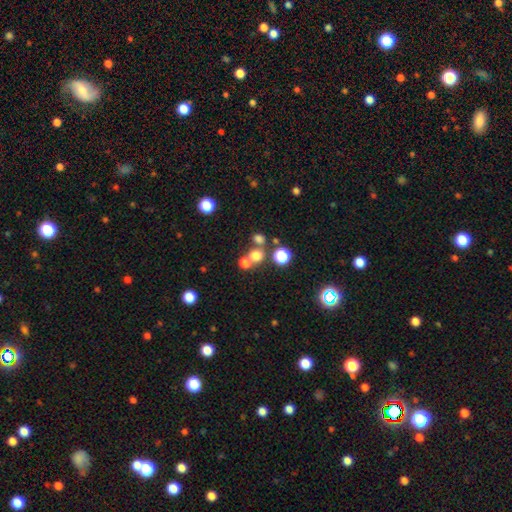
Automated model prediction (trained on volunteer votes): Smooth or featured? smooth (70%)
How rounded? round (84%)
Merging? none (56%)